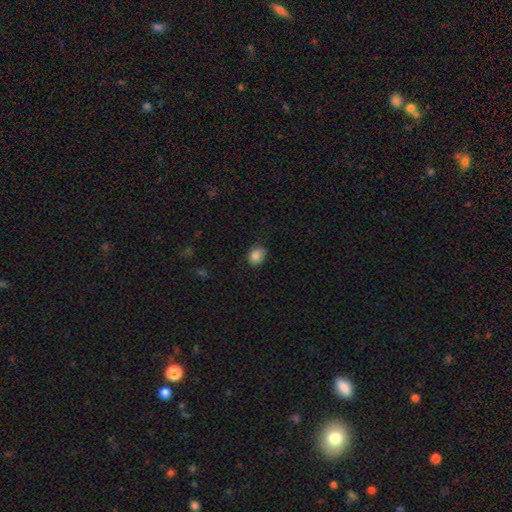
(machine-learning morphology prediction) This appears to be a smooth galaxy with no disk features (86%) that is round (58%). Merging: none (75%).